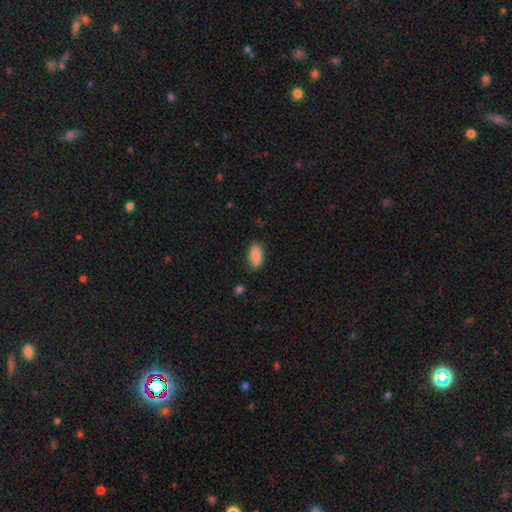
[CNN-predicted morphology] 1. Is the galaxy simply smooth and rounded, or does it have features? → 87% smooth, 7% star or artifact, 7% featured or disk.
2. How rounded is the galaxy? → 93% in between, 4% round, 3% cigar-shaped.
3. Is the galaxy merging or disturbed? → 83% none, 13% minor disturbance, 3% major disturbance, 1% merger.